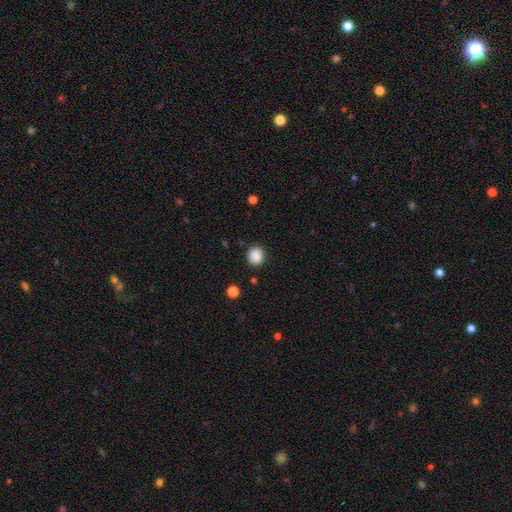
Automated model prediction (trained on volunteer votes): Smooth or featured?
  - smooth: 88% *
  - star or artifact: 9%
  - featured or disk: 3%
How rounded?
  - round: 79% *
  - in between: 20%
  - cigar-shaped: 1%
Merging?
  - none: 87% *
  - minor disturbance: 9%
  - major disturbance: 2%
  - merger: 2%